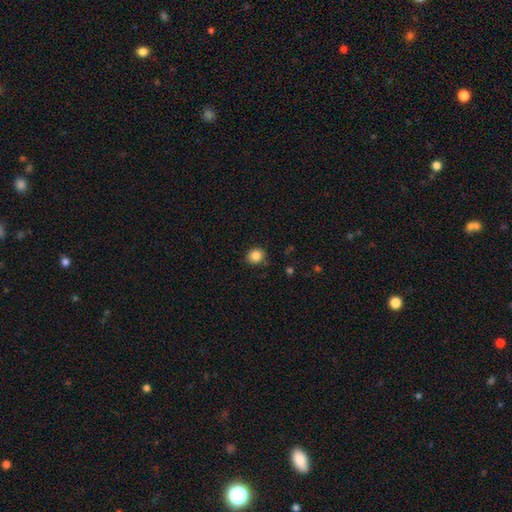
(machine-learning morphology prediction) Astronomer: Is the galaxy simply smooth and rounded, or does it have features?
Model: smooth — 85%.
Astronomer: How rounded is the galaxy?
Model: round — 77%.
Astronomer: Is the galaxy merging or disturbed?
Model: none — 85%.